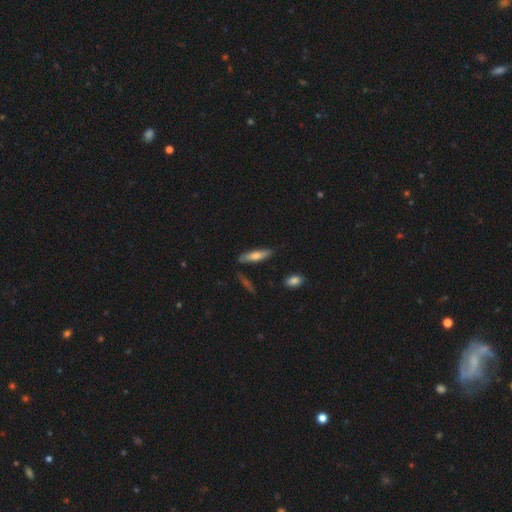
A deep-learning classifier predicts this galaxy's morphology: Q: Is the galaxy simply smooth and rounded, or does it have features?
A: smooth — 66%.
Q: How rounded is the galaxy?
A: cigar-shaped — 66%.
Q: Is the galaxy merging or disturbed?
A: none — 75%.